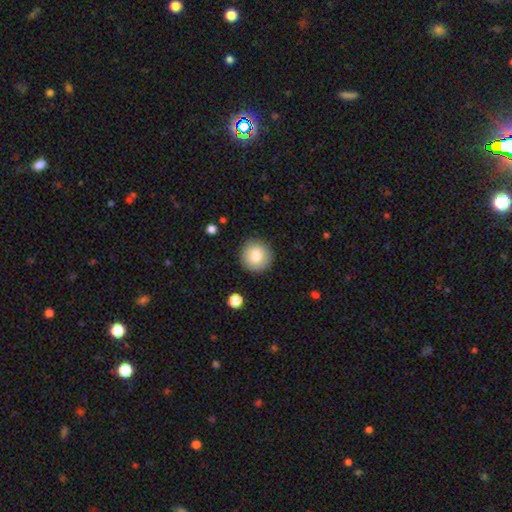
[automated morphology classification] A smooth galaxy with no disk features (80%) that is round (95%). Merging: none (90%).